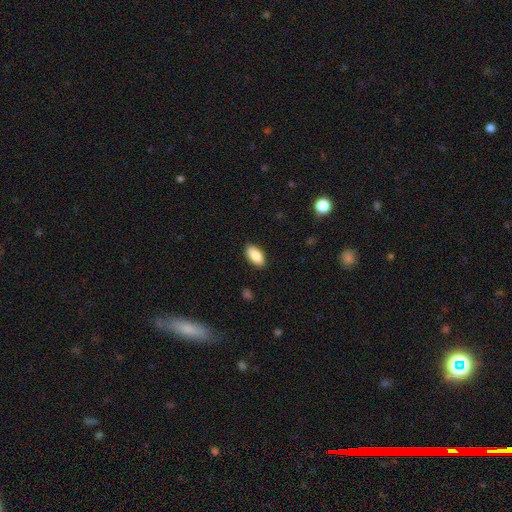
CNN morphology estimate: type=smooth (85%); roundness=in between (92%); merging=none (88%).